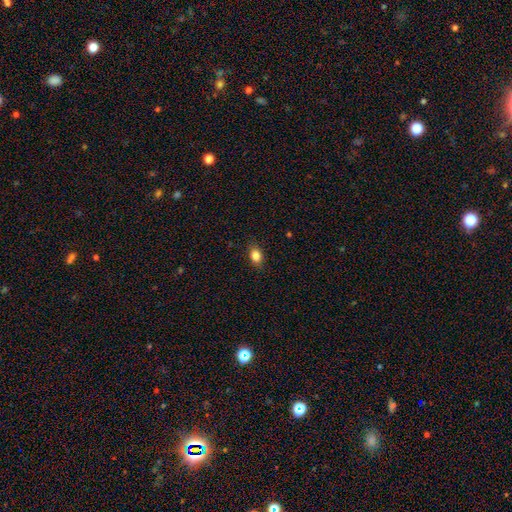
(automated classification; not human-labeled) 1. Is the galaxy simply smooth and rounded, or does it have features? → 84% smooth, 9% star or artifact, 6% featured or disk.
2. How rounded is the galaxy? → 75% in between, 23% round, 2% cigar-shaped.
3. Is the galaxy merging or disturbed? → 86% none, 11% minor disturbance, 3% major disturbance, 1% merger.